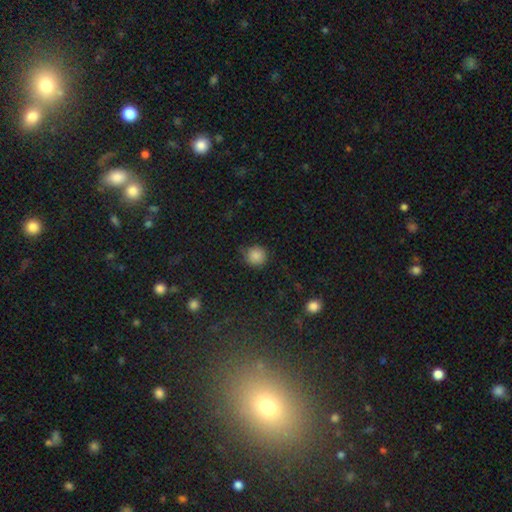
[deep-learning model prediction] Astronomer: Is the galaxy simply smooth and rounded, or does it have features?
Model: smooth — 84%.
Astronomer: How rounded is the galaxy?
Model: round — 92%.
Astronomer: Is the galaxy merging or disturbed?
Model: none — 80%.